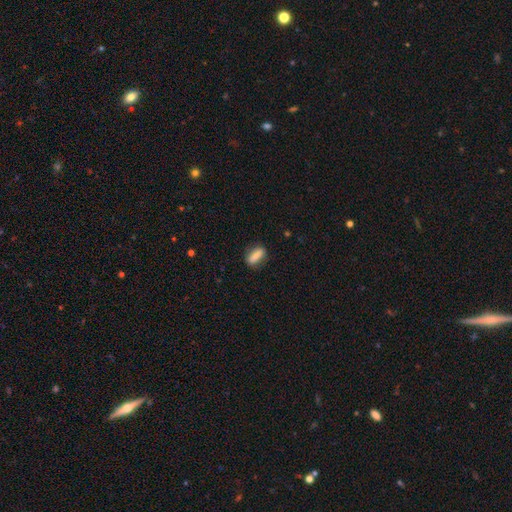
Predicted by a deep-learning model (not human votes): Morphology: type=smooth (82%); roundness=in between (55%); merging=none (84%).